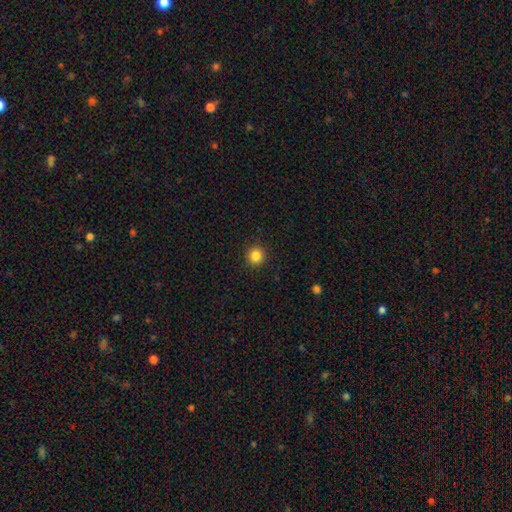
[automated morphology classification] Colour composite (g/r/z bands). It shows a smooth galaxy with no disk features (84%) that is round (95%). Merging: none (92%).